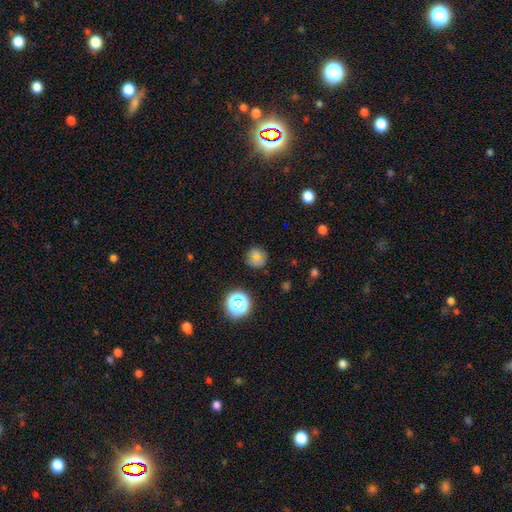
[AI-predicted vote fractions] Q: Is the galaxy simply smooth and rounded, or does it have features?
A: smooth — 67%.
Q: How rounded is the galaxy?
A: round — 90%.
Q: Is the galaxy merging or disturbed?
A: none — 79%.